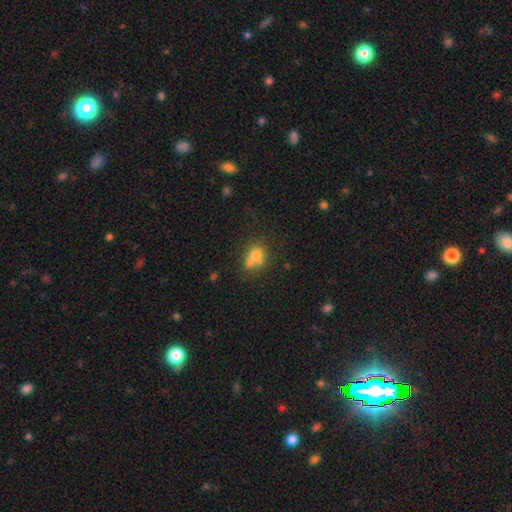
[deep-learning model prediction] Overall: smooth (68%). How rounded: round (71%). Merging: merger (47%; none 37%).